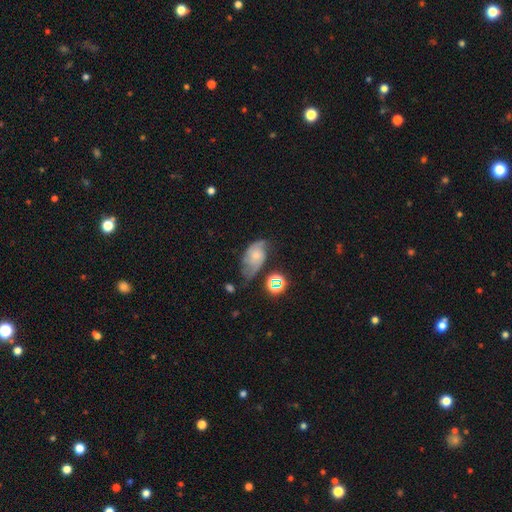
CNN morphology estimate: Smooth or featured? Predicted: featured or disk (p=0.54). Edge-on disk? Predicted: no (p=0.95). Bar? Predicted: no (p=0.74). Spiral arms? Predicted: yes (p=0.85). Bulge size? Predicted: small (p=0.58). Merging? Predicted: none (p=0.41).